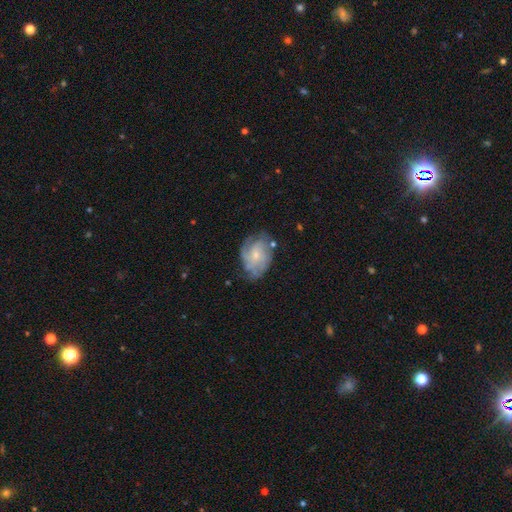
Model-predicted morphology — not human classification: featured or disk 68%, smooth 25%, star or artifact 7%. Down the decision tree: edge-on disk — no (97%); bar — no (70%); spiral arms — yes (85%); spiral arm count — can't tell (41%); spiral winding — tight (47%); bulge size — small (64%); merging — none (60%).